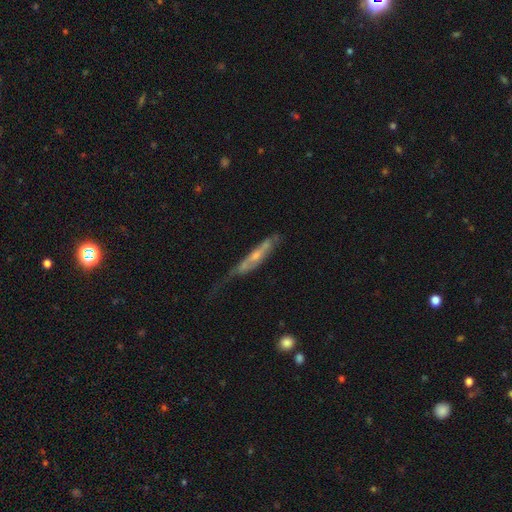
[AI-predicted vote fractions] The model was most divided on "merging": none: 36%, minor disturbance: 30%, major disturbance: 28%, merger: 6%. More confident: edge-on disk — yes (66%); smooth or featured — featured or disk (63%).